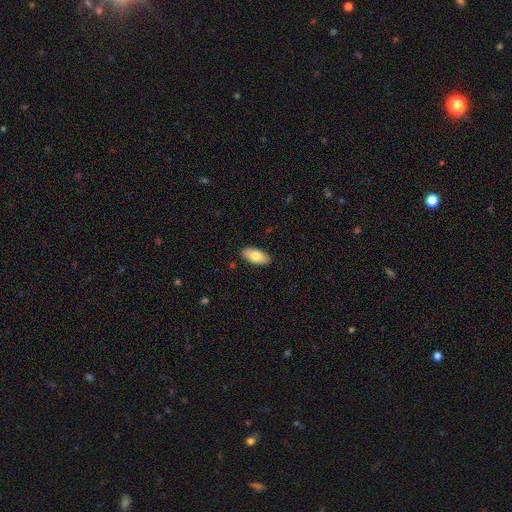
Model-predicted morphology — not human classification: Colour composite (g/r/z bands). It shows a smooth galaxy with no disk features (77%) that is in between round and cigar-shaped (93%). Merging: none (89%).